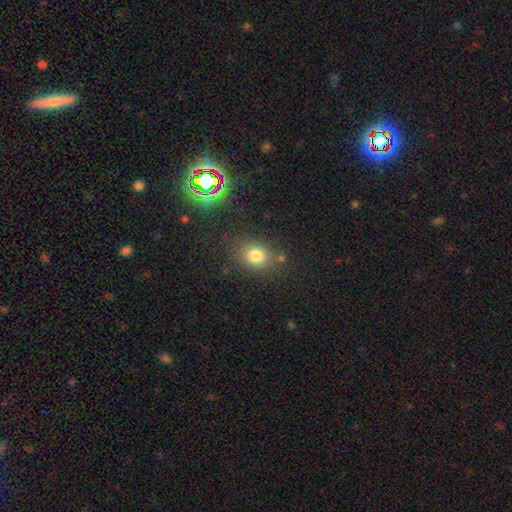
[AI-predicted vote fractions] Smooth or featured?
  - smooth: 78% *
  - star or artifact: 14%
  - featured or disk: 8%
How rounded?
  - in between: 50% *
  - round: 49%
  - cigar-shaped: 1%
Merging?
  - none: 77% *
  - minor disturbance: 13%
  - merger: 5%
  - major disturbance: 5%